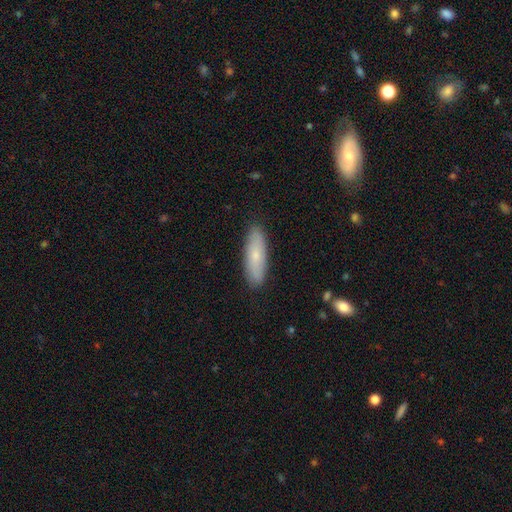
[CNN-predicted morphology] Q: Smooth or featured?
A: smooth (70%); runner-up: featured or disk (23%)
Q: How rounded?
A: cigar-shaped (49%); tied with: in between (49%)
Q: Merging?
A: none (88%); runner-up: minor disturbance (10%)